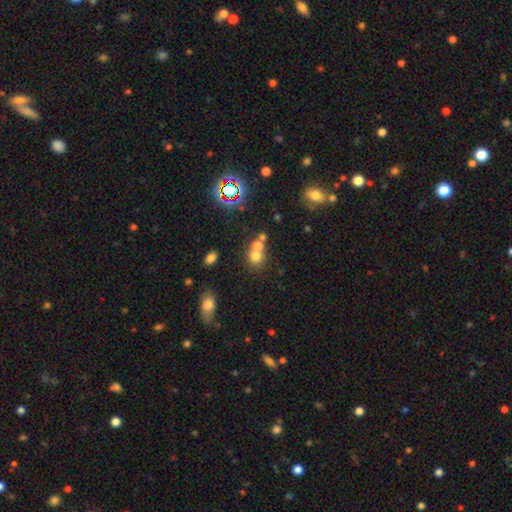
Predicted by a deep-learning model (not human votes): Smooth or featured?
  - smooth: 67% *
  - star or artifact: 20%
  - featured or disk: 13%
How rounded?
  - round: 79% *
  - in between: 20%
  - cigar-shaped: 1%
Merging?
  - merger: 48% *
  - none: 42%
  - minor disturbance: 7%
  - major disturbance: 4%